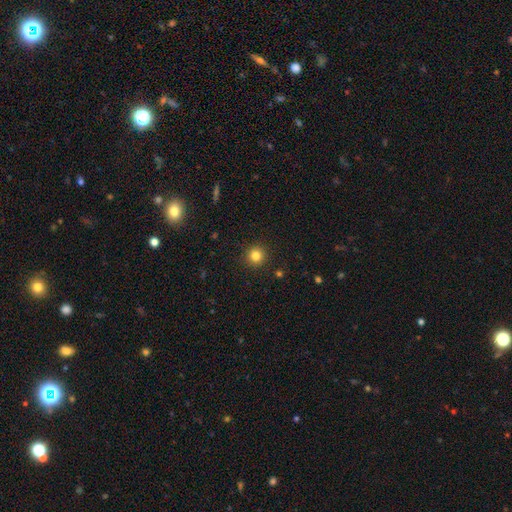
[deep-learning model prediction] This appears to be a smooth galaxy with no disk features (82%) that is round (94%). Merging: none (92%).